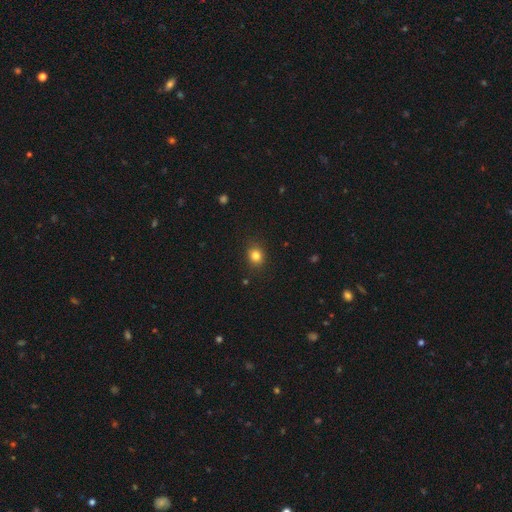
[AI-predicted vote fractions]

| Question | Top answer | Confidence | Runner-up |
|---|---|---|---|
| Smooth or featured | smooth | 83% | star or artifact (12%) |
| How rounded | round | 69% | in between (30%) |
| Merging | none | 87% | minor disturbance (10%) |